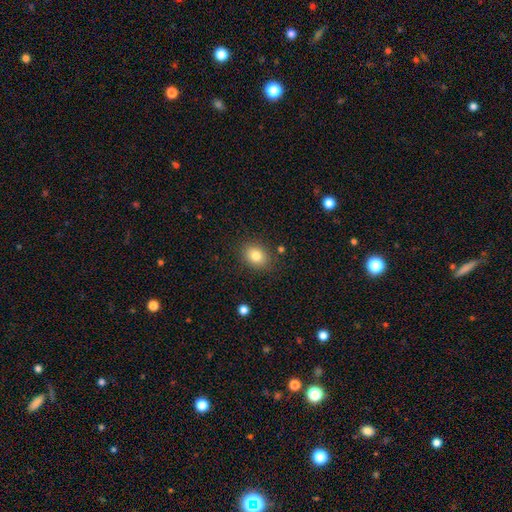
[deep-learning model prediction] Smooth or featured?
  - smooth: 82% *
  - star or artifact: 10%
  - featured or disk: 8%
How rounded?
  - in between: 61% *
  - round: 38%
  - cigar-shaped: 1%
Merging?
  - none: 84% *
  - minor disturbance: 11%
  - major disturbance: 3%
  - merger: 2%